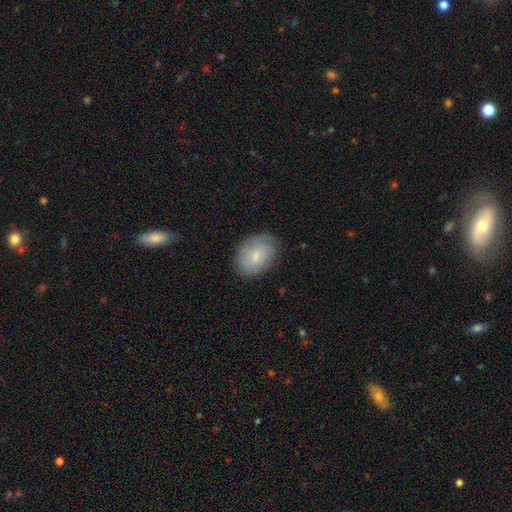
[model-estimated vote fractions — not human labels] Q: Smooth or featured?
A: smooth (58%); runner-up: featured or disk (34%)
Q: How rounded?
A: in between (73%); runner-up: round (26%)
Q: Merging?
A: none (76%); runner-up: minor disturbance (18%)